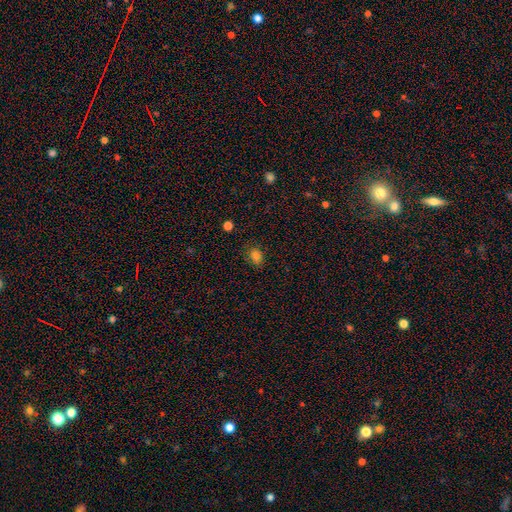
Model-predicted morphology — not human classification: smooth 81%, star or artifact 14%, featured or disk 5%. Down the decision tree: how rounded — in between (57%); merging — none (81%).